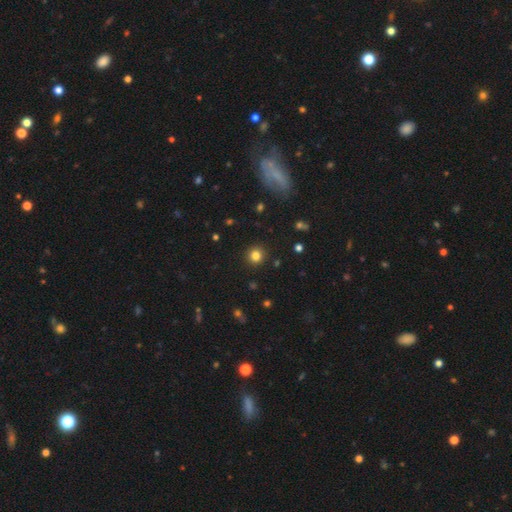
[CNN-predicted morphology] This appears to be a smooth galaxy with no disk features (82%) that is round (93%). Merging: none (92%).